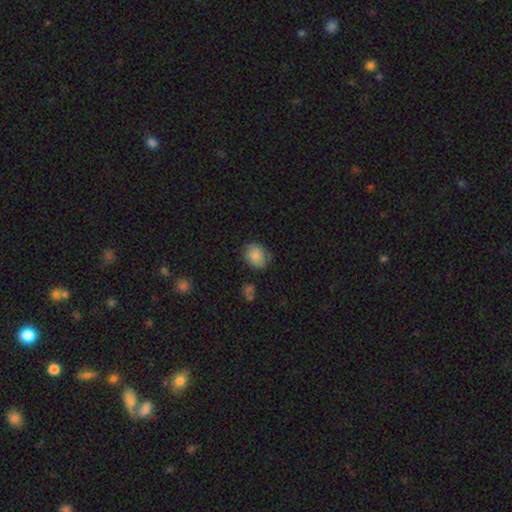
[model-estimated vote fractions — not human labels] Smooth or featured? smooth (84%)
How rounded? round (57%)
Merging? none (72%)